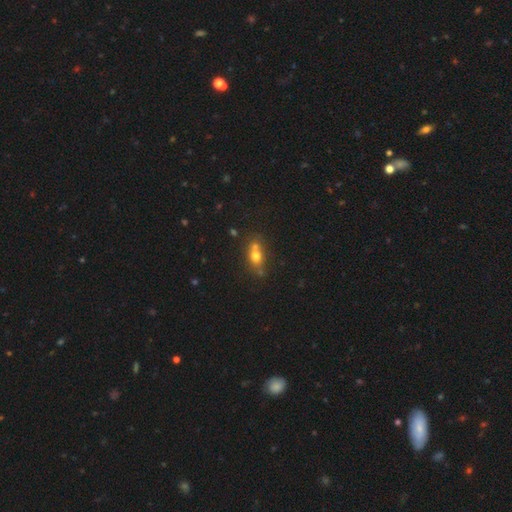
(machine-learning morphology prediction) A smooth galaxy with no disk features (68%) that is in between round and cigar-shaped (53%).

Vote fractions:
- Smooth or featured? smooth: 68% / featured or disk: 19% / star or artifact: 13%
- How rounded? in between: 53% / round: 42% / cigar-shaped: 5%
- Merging? none: 43% / merger: 39% / minor disturbance: 13% / major disturbance: 5%